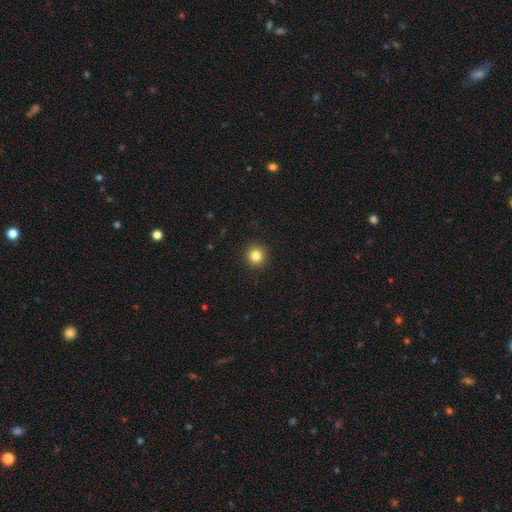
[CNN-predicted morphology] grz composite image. It shows a smooth galaxy with no disk features (83%) that is round (95%). Merging: none (93%).